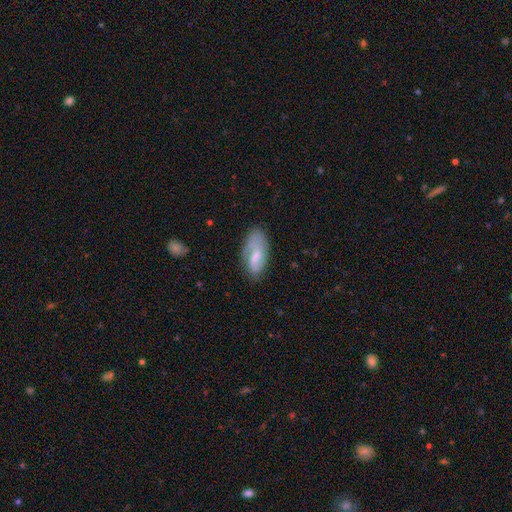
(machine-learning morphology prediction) Q: Smooth or featured?
A: featured or disk (49%); runner-up: smooth (44%)
Q: Merging?
A: none (60%); runner-up: minor disturbance (26%)